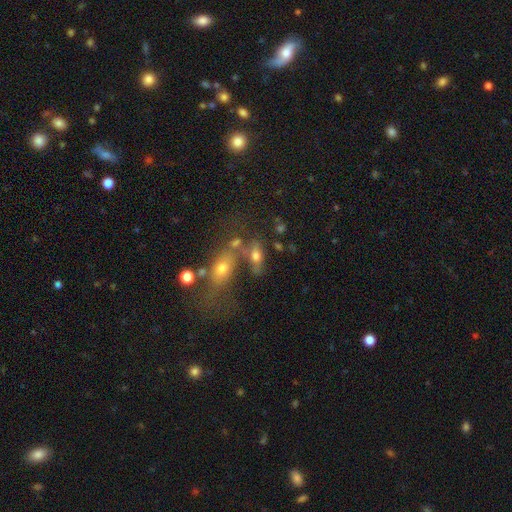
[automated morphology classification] Q: Smooth or featured?
A: smooth (66%); runner-up: featured or disk (20%)
Q: How rounded?
A: in between (79%); runner-up: cigar-shaped (11%)
Q: Merging?
A: none (44%); runner-up: merger (31%)